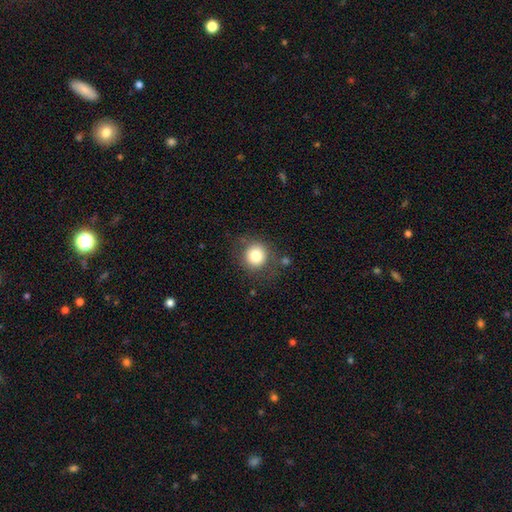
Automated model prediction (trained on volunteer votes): This appears to be a smooth galaxy with no disk features (79%) that is round (92%). Merging: none (79%).